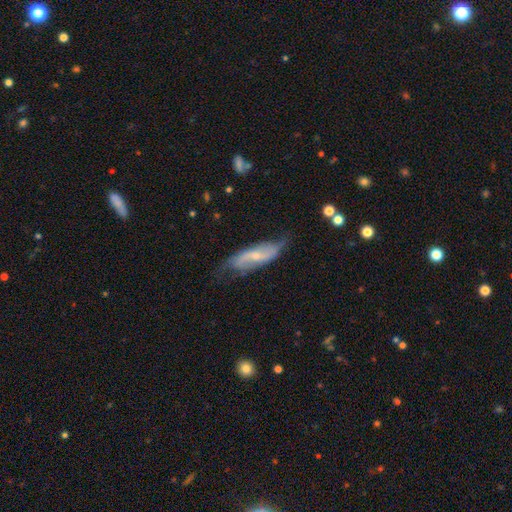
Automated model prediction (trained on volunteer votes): featured or disk 69%, smooth 24%, star or artifact 7%. Down the decision tree: edge-on disk — no (83%); bar — weak (41%); spiral arms — yes (87%); bulge size — small (66%); merging — none (61%).